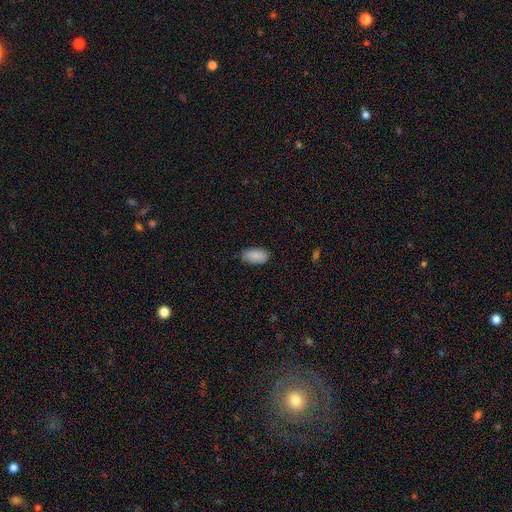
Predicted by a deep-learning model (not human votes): A smooth galaxy with no disk features (89%) that is in between round and cigar-shaped (95%). Merging: none (81%).